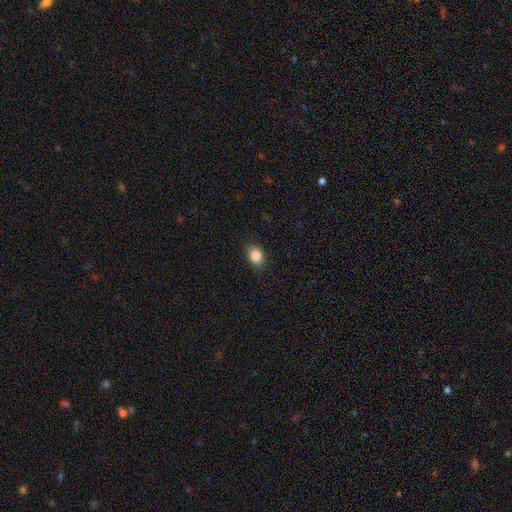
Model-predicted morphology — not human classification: This appears to be a smooth galaxy with no disk features (85%) that is in between round and cigar-shaped (62%). Merging: none (87%).